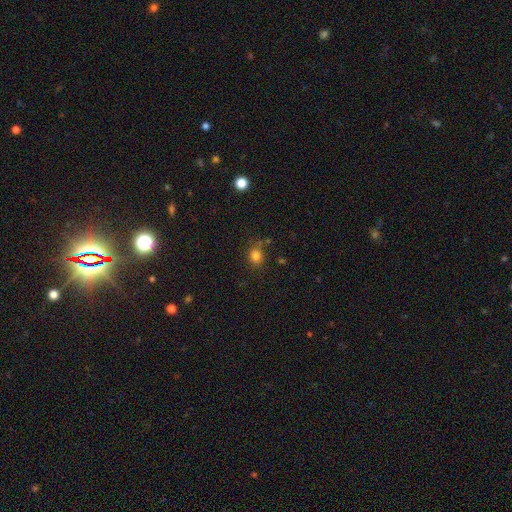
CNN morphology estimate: smooth_or_featured: smooth (p=0.81) [alt: star or artifact p=0.13]
how_rounded: round (p=0.66) [alt: in between p=0.33]
merging: none (p=0.76) [alt: minor disturbance p=0.14]